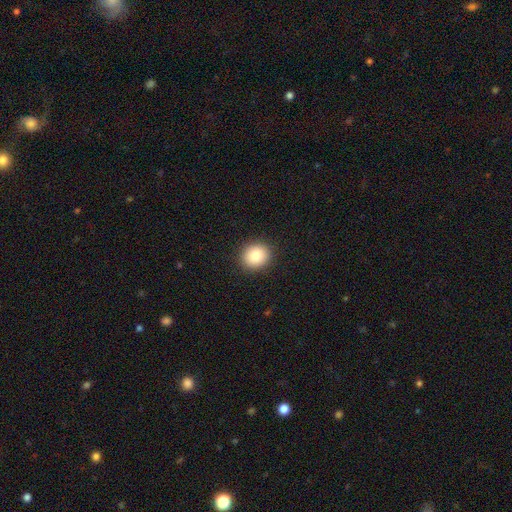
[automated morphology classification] A smooth galaxy with no disk features (84%) that is round (77%). Merging: none (91%).